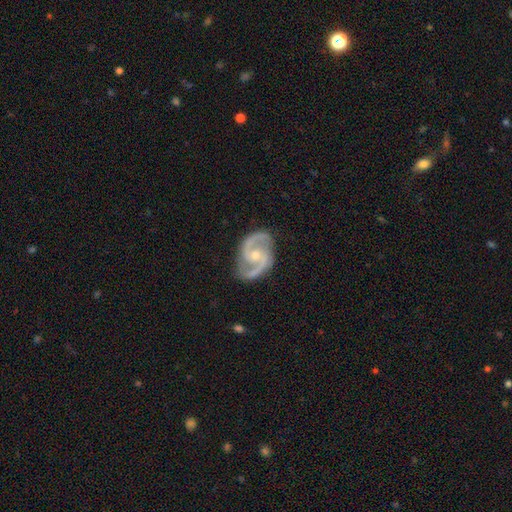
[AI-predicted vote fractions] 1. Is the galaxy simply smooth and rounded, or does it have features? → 93% featured or disk, 4% star or artifact, 3% smooth.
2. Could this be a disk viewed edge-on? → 98% no, 2% yes.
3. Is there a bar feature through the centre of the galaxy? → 55% no, 35% weak, 9% strong.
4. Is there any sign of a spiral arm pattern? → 98% yes, 2% no.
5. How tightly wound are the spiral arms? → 64% medium, 22% tight, 14% loose.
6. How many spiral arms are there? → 93% 2, 2% 3, 2% can't tell, 1% 1, 1% 4, 1% more than 4.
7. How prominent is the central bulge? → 51% moderate, 45% small, 1% large, 1% none, 1% dominant.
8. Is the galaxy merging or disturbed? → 83% none, 13% minor disturbance, 3% major disturbance, 1% merger.